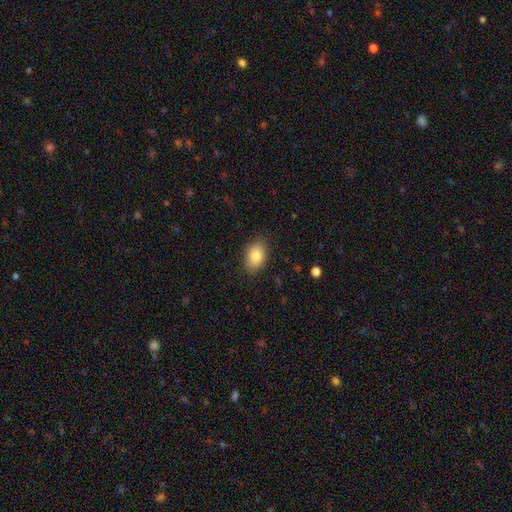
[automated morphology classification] type=smooth (83%); roundness=in between (85%); merging=none (87%).